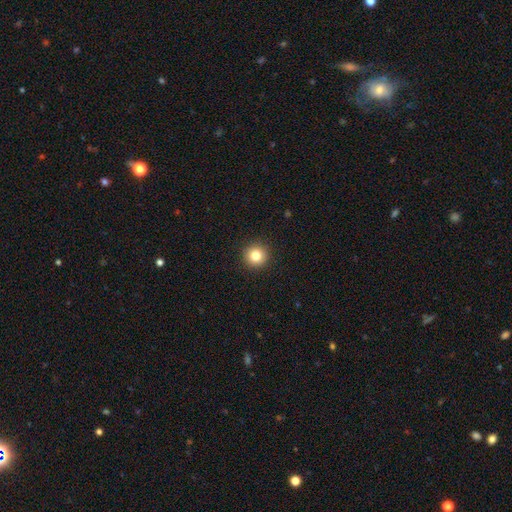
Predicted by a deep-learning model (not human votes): Smooth or featured? smooth (81%)
How rounded? round (95%)
Merging? none (93%)